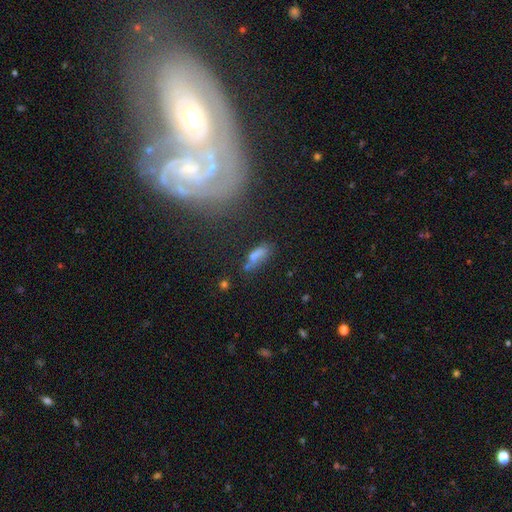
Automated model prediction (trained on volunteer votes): smooth 61%, featured or disk 24%, star or artifact 14%. Down the decision tree: how rounded — in between (61%); merging — none (40%).